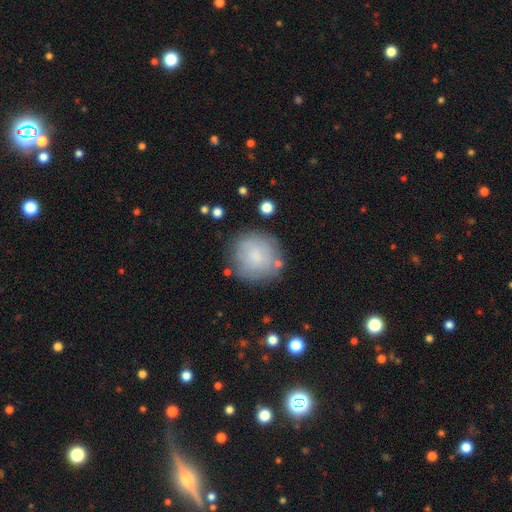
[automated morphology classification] Q: Smooth or featured?
A: smooth (69%); runner-up: featured or disk (23%)
Q: How rounded?
A: round (91%); runner-up: in between (8%)
Q: Merging?
A: none (72%); runner-up: minor disturbance (17%)